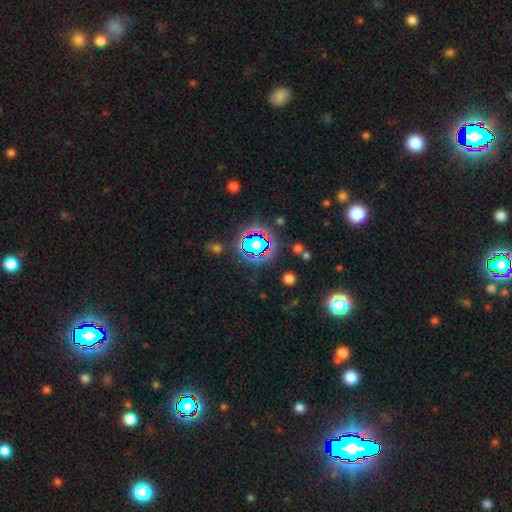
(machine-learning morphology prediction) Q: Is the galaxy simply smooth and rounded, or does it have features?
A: star or artifact — 80%.